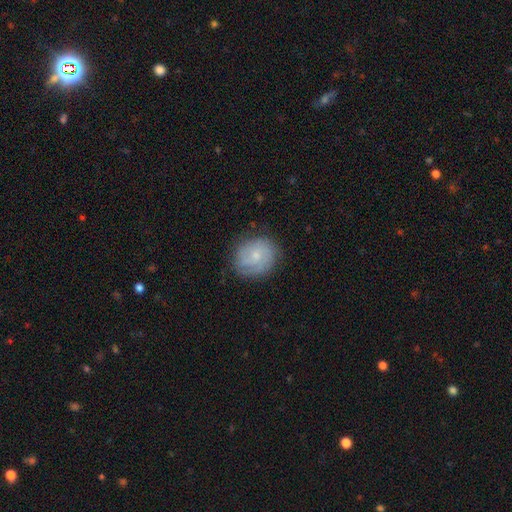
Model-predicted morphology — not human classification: Overall: featured or disk (58%; smooth 34%). Edge-on disk: no (98%). Bar: no (76%). Spiral arms: yes (88%). Spiral arm count: can't tell (36%; 2 26%). Spiral winding: tight (61%; medium 30%). Bulge size: small (69%). Merging: none (79%).